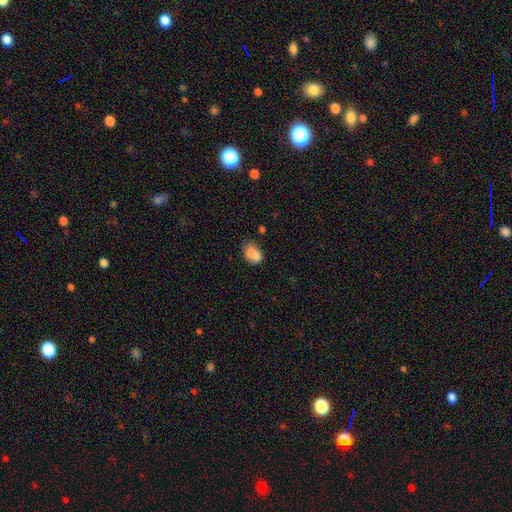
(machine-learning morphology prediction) smooth-or-featured: smooth: 69% | featured or disk: 21% | star or artifact: 10%
  how-rounded: in between: 62% | round: 37% | cigar-shaped: 1%
  merging: merger: 55% | none: 26% | minor disturbance: 13% | major disturbance: 7%